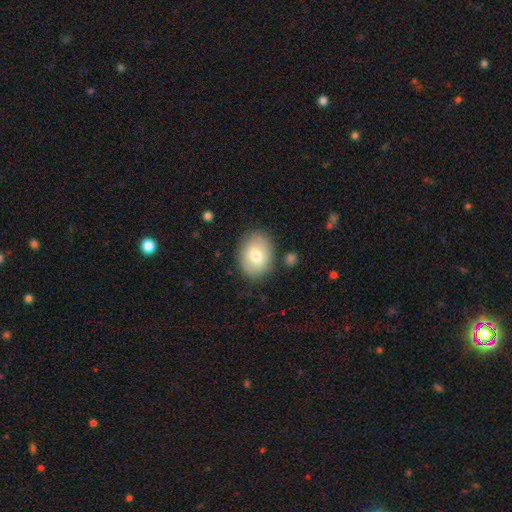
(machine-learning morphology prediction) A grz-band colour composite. It shows a smooth galaxy with no disk features (74%) that is in between round and cigar-shaped (65%). Merging: none (83%).